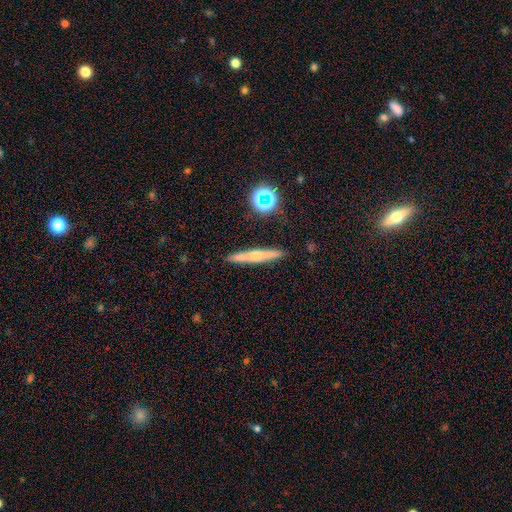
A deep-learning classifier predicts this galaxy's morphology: The model was most divided on "smooth or featured": featured or disk: 47%, smooth: 44%, star or artifact: 9%. More confident: merging — none (90%).